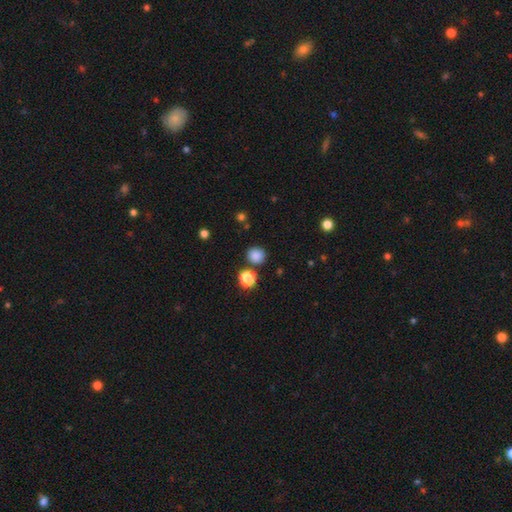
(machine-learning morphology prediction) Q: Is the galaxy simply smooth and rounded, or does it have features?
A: smooth — 84%.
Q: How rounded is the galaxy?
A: round — 89%.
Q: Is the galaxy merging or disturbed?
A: none — 82%.